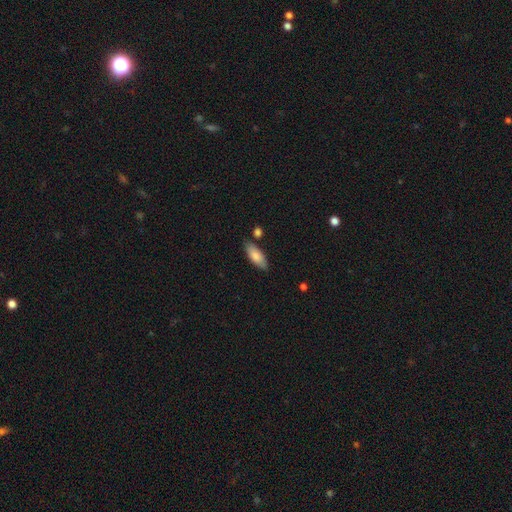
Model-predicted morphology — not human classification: Smooth or featured? smooth (80%)
How rounded? in between (74%)
Merging? none (80%)